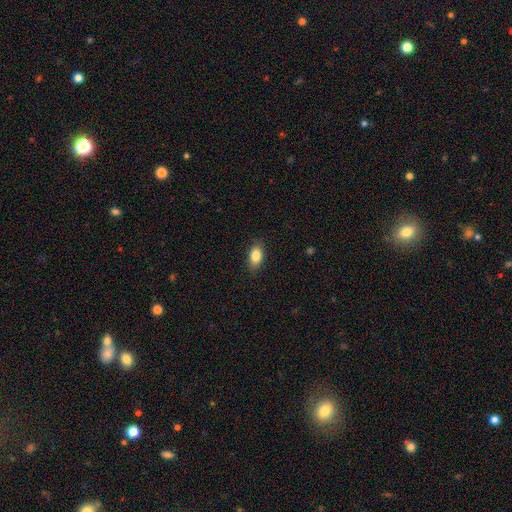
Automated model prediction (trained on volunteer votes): Smooth or featured?
  - smooth: 85% *
  - star or artifact: 8%
  - featured or disk: 7%
How rounded?
  - in between: 88% *
  - round: 7%
  - cigar-shaped: 5%
Merging?
  - none: 86% *
  - minor disturbance: 11%
  - major disturbance: 2%
  - merger: 1%